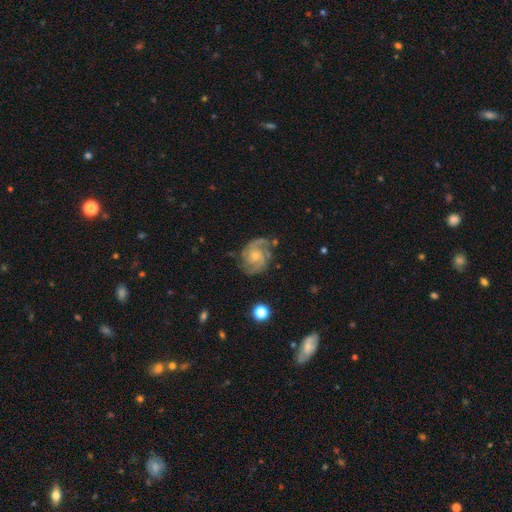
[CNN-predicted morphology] smooth_or_featured: featured or disk (p=0.87) [alt: smooth p=0.07]
disk_edge_on: no (p=0.98) [alt: yes p=0.02]
bar: no (p=0.71) [alt: weak p=0.25]
has_spiral_arms: yes (p=0.97) [alt: no p=0.03]
spiral_winding: tight (p=0.48) [alt: medium p=0.42]
spiral_arm_count: 2 (p=0.62) [alt: 3 p=0.17]
bulge_size: small (p=0.58) [alt: moderate p=0.37]
merging: none (p=0.71) [alt: minor disturbance p=0.20]